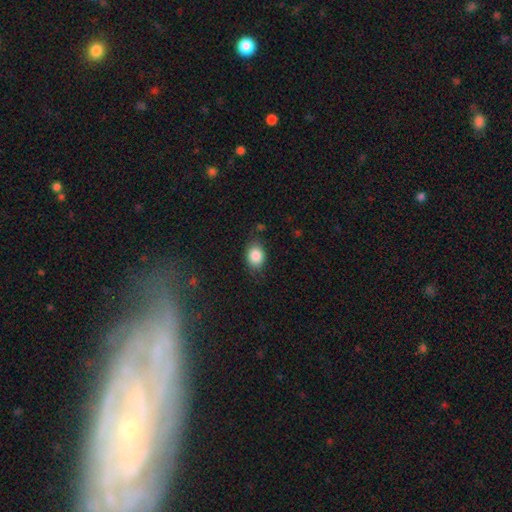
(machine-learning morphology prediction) Smooth or featured: smooth — 86% (star or artifact — 8%)
How rounded: in between — 65% (round — 34%)
Merging: none — 77% (minor disturbance — 17%)